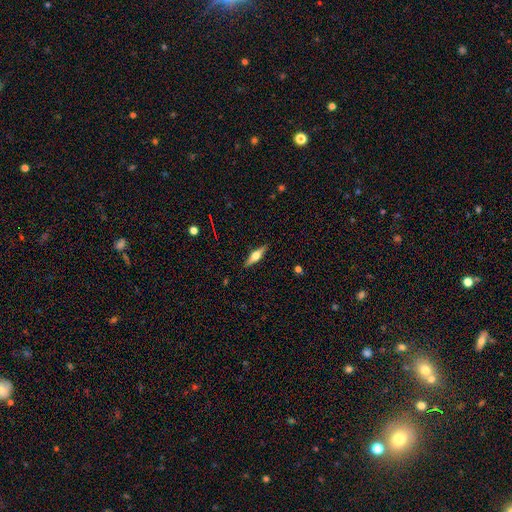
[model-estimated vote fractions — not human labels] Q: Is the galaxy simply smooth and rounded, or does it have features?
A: featured or disk — 65%.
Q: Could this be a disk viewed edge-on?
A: yes — 96%.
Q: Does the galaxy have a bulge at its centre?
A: rounded — 92%.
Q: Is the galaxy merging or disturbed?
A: none — 89%.